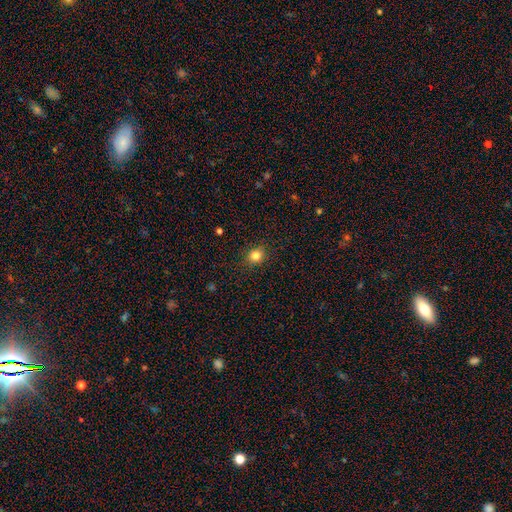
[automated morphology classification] Q: Smooth or featured?
A: smooth (83%); runner-up: star or artifact (12%)
Q: How rounded?
A: round (74%); runner-up: in between (25%)
Q: Merging?
A: none (89%); runner-up: minor disturbance (8%)